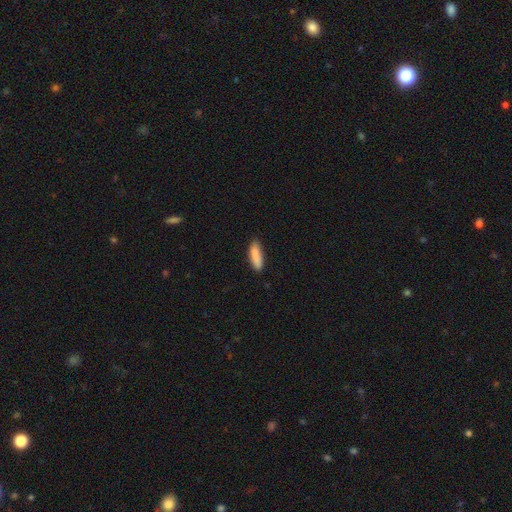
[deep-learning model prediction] Smooth or featured? smooth (88%)
How rounded? cigar-shaped (51%)
Merging? none (82%)